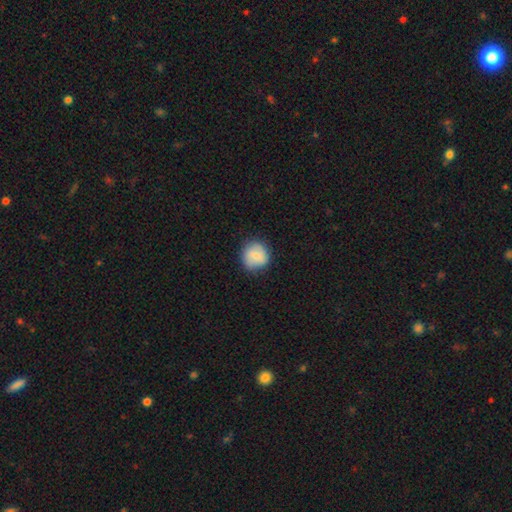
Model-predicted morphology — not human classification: smooth_or_featured: smooth (p=0.80) [alt: featured or disk p=0.13]
how_rounded: round (p=0.88) [alt: in between p=0.11]
merging: none (p=0.80) [alt: minor disturbance p=0.15]